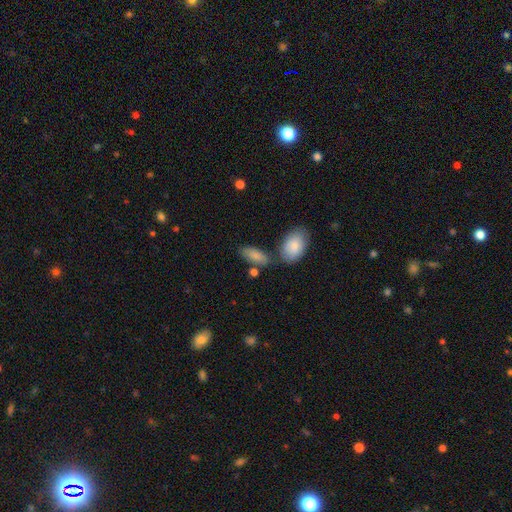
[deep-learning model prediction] Overall: smooth (82%). How rounded: in between (85%). Merging: none (62%).